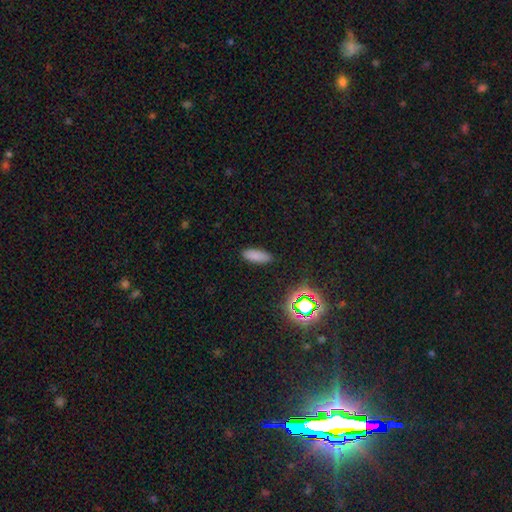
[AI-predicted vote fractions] Smooth or featured?
  - smooth: 81% *
  - star or artifact: 14%
  - featured or disk: 6%
How rounded?
  - in between: 67% *
  - cigar-shaped: 31%
  - round: 2%
Merging?
  - none: 87% *
  - minor disturbance: 10%
  - major disturbance: 2%
  - merger: 1%